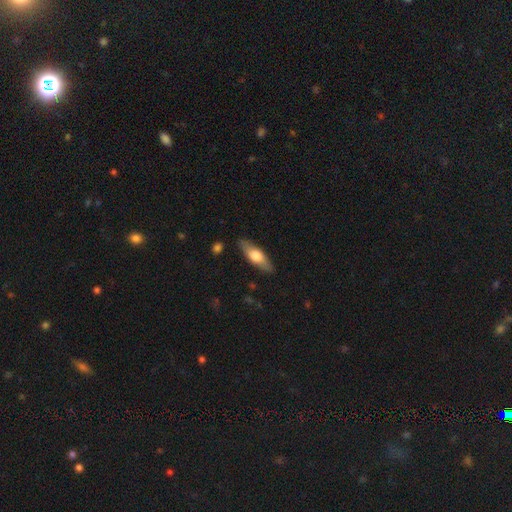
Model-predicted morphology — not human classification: A smooth galaxy with no disk features (56%) that is in between round and cigar-shaped (51%).

Vote fractions:
- Smooth or featured? smooth: 56% / featured or disk: 39% / star or artifact: 5%
- How rounded? in between: 51% / cigar-shaped: 46% / round: 2%
- Merging? none: 86% / minor disturbance: 10% / major disturbance: 2% / merger: 1%